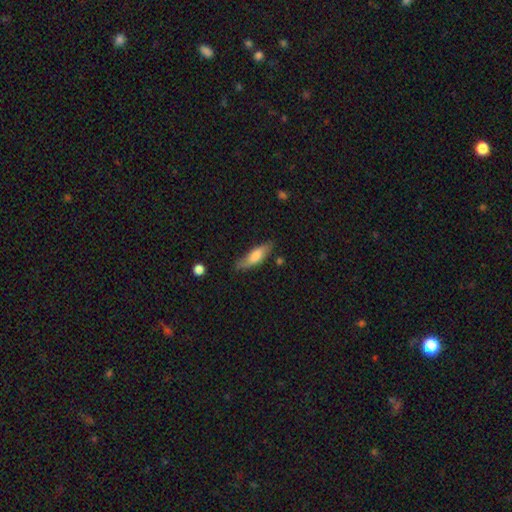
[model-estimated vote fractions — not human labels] Smooth or featured? smooth (69%)
How rounded? cigar-shaped (50%)
Merging? none (71%)